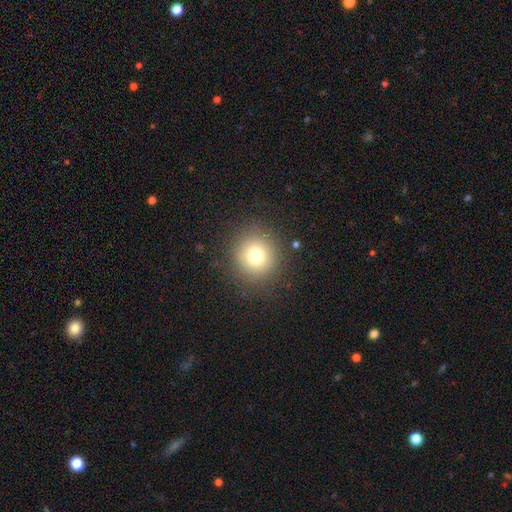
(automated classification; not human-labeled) A smooth galaxy with no disk features (76%) that is round (93%). Merging: none (88%).